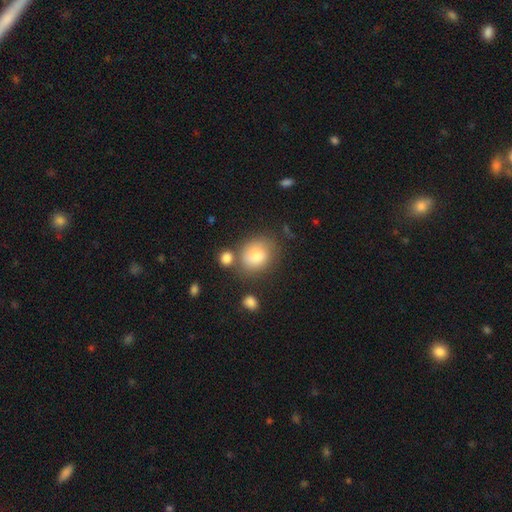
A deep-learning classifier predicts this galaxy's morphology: Overall: smooth (80%). How rounded: round (62%; in between 37%). Merging: none (62%).